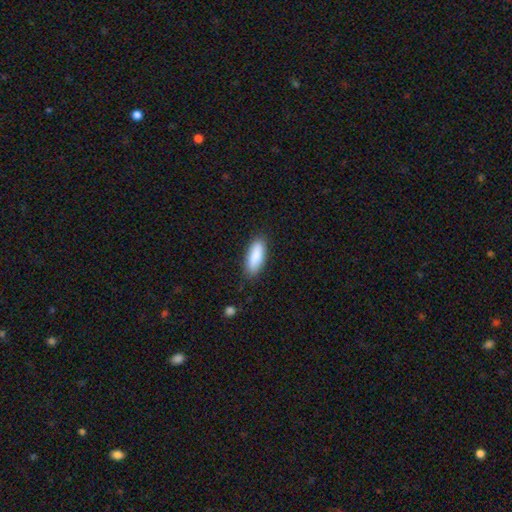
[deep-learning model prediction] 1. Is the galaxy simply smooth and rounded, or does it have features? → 87% smooth, 7% featured or disk, 6% star or artifact.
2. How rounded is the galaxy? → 68% in between, 30% cigar-shaped, 2% round.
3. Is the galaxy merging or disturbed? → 85% none, 11% minor disturbance, 2% major disturbance, 1% merger.